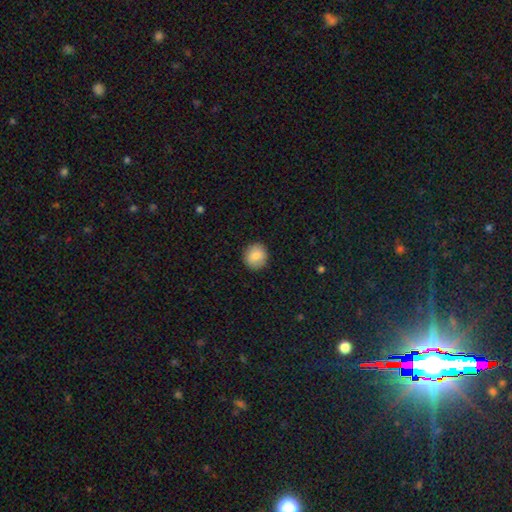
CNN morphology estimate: smooth 86%, star or artifact 8%, featured or disk 6%. Down the decision tree: how rounded — round (86%); merging — none (90%).